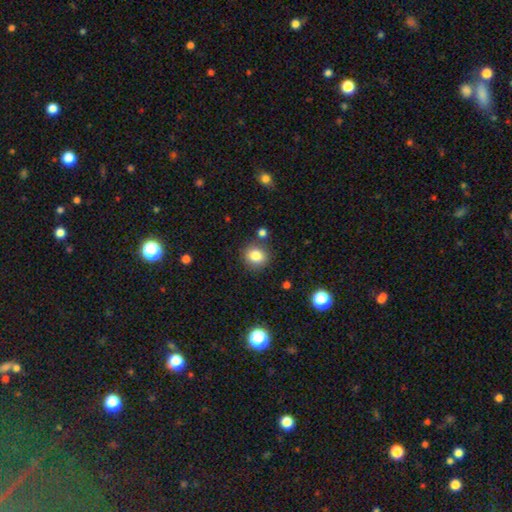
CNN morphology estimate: type=smooth (83%); roundness=round (78%); merging=none (82%).